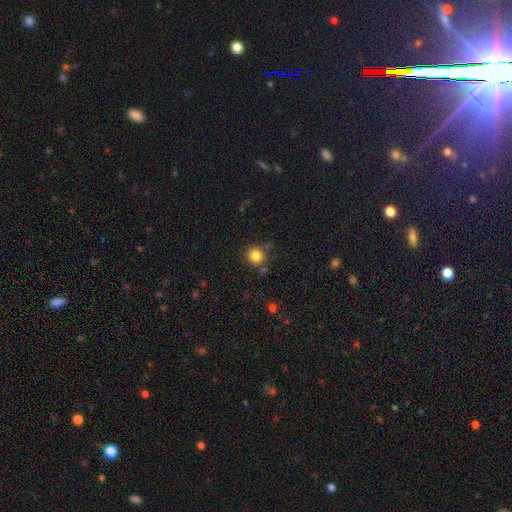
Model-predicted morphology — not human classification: A smooth galaxy with no disk features (84%) that is round (89%).

Vote fractions:
- Smooth or featured? smooth: 84% / star or artifact: 11% / featured or disk: 5%
- How rounded? round: 89% / in between: 10% / cigar-shaped: 1%
- Merging? none: 80% / minor disturbance: 11% / merger: 5% / major disturbance: 4%